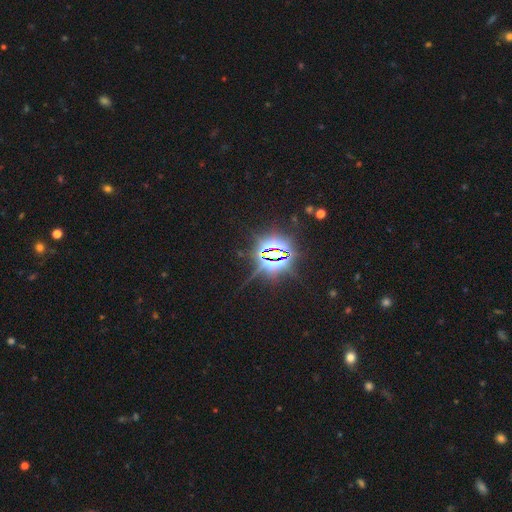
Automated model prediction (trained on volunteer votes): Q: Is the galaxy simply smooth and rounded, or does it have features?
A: star or artifact — 86%.